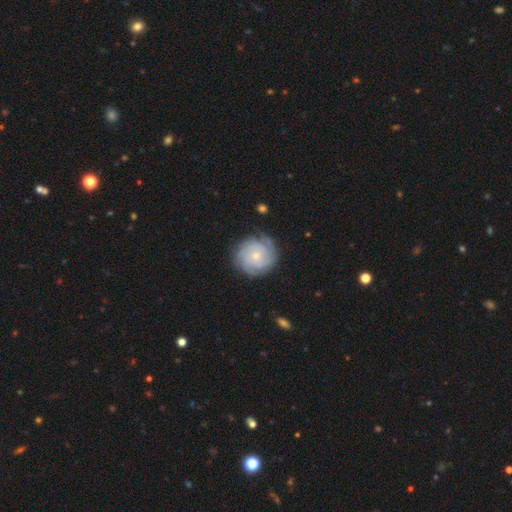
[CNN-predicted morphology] Smooth or featured? featured or disk (72%)
Edge-on disk? no (98%)
Bar? no (80%)
Spiral arms? yes (93%)
Spiral winding? tight (74%)
Spiral arm count? can't tell (38%)
Bulge size? small (69%)
Merging? none (76%)